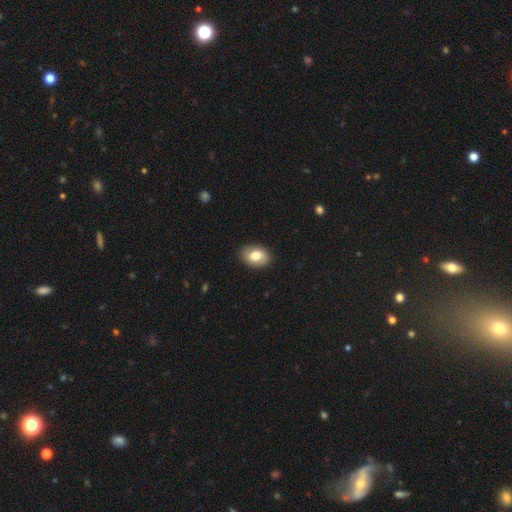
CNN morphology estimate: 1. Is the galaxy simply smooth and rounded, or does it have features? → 77% smooth, 16% featured or disk, 7% star or artifact.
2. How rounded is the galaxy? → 81% in between, 18% round, 1% cigar-shaped.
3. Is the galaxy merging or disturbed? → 88% none, 9% minor disturbance, 2% major disturbance, 1% merger.